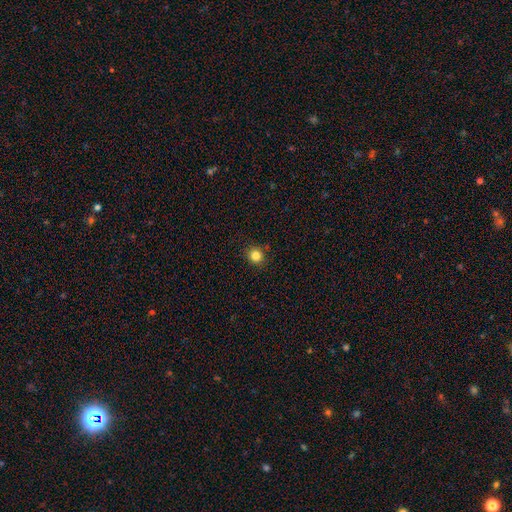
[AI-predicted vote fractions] smooth-or-featured: smooth: 84% | star or artifact: 12% | featured or disk: 4%
  how-rounded: round: 89% | in between: 10% | cigar-shaped: 1%
  merging: none: 90% | minor disturbance: 7% | major disturbance: 2% | merger: 1%